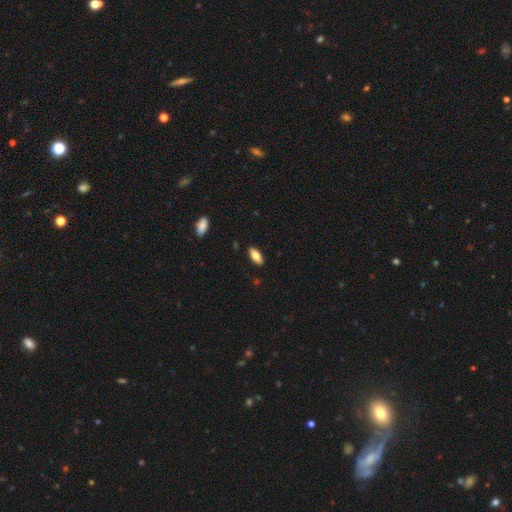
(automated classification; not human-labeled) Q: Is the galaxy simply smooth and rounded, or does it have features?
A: smooth — 78%.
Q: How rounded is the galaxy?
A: in between — 85%.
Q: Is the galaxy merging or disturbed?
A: none — 89%.